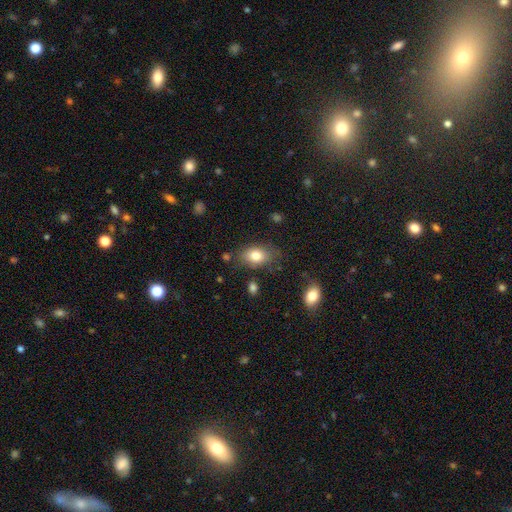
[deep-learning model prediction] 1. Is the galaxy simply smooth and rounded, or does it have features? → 81% smooth, 10% featured or disk, 8% star or artifact.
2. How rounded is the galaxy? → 83% in between, 15% round, 1% cigar-shaped.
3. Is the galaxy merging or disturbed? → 75% none, 17% minor disturbance, 5% major disturbance, 3% merger.